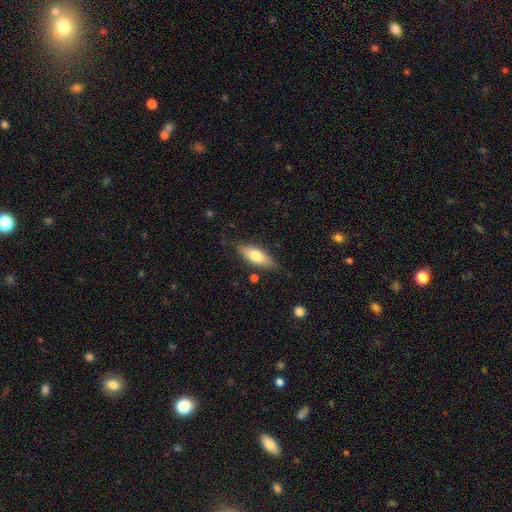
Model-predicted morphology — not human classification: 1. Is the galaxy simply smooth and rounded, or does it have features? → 67% smooth, 26% featured or disk, 6% star or artifact.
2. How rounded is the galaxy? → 64% in between, 34% cigar-shaped, 2% round.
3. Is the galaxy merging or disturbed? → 82% none, 14% minor disturbance, 3% major disturbance, 2% merger.